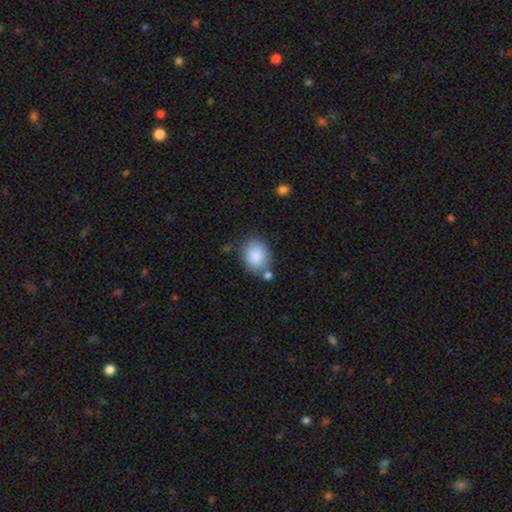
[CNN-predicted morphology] smooth-or-featured: smooth: 87% | star or artifact: 7% | featured or disk: 6%
  how-rounded: in between: 59% | round: 40% | cigar-shaped: 1%
  merging: none: 64% | minor disturbance: 17% | merger: 14% | major disturbance: 5%